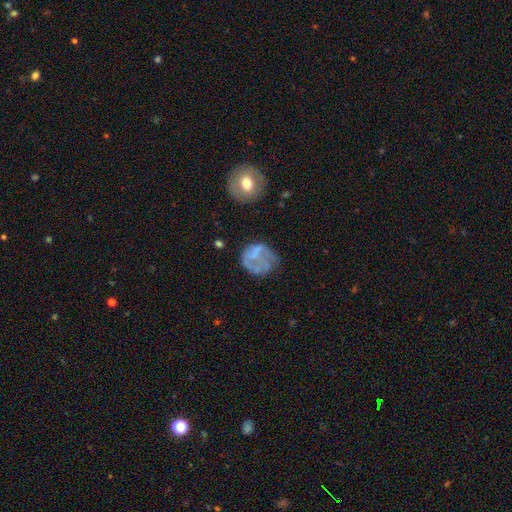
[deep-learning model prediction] Q: Smooth or featured?
A: smooth (46%); runner-up: featured or disk (43%)
Q: Merging?
A: none (38%); runner-up: major disturbance (33%)